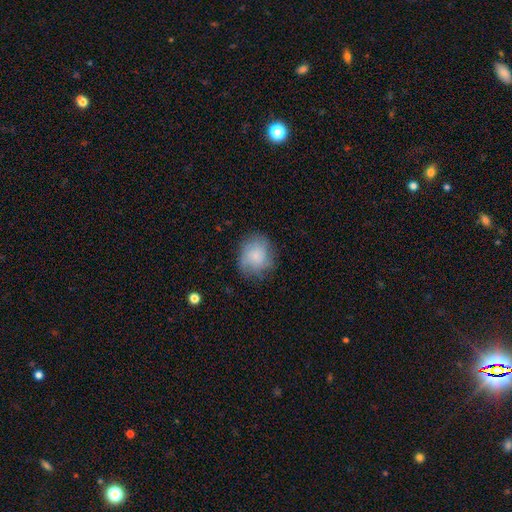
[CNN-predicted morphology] Q: Smooth or featured?
A: smooth (68%); runner-up: featured or disk (23%)
Q: How rounded?
A: round (75%); runner-up: in between (24%)
Q: Merging?
A: none (72%); runner-up: minor disturbance (19%)